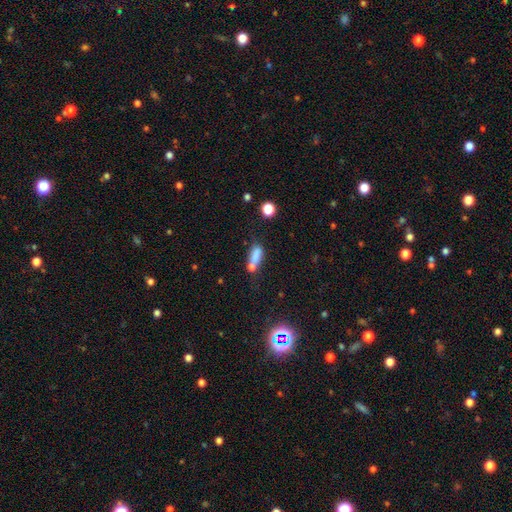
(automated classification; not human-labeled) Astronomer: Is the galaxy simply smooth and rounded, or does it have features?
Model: smooth — 74%.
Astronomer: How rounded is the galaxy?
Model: in between — 63%.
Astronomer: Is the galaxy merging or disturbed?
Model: merger — 36% (runner-up: none, 35%).